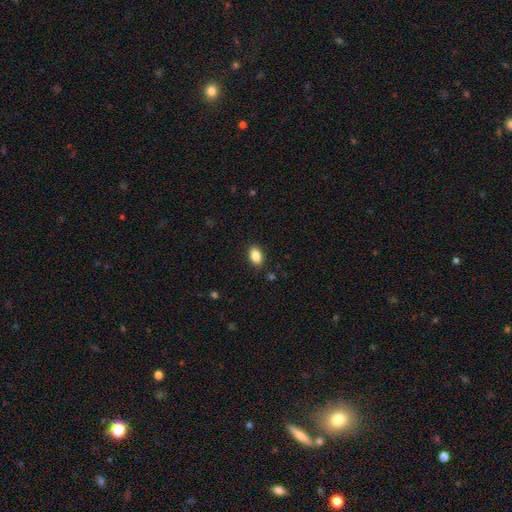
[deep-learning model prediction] Overall: smooth (87%). How rounded: in between (87%). Merging: none (88%).